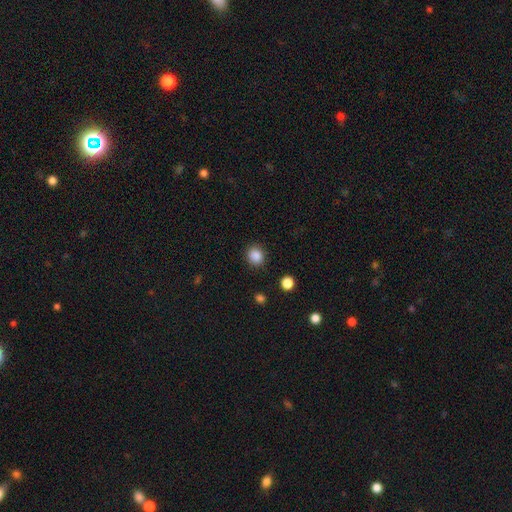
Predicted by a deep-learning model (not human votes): The model was most divided on "how rounded": round: 78%, in between: 21%, cigar-shaped: 1%. More confident: merging — none (88%); smooth or featured — smooth (87%).